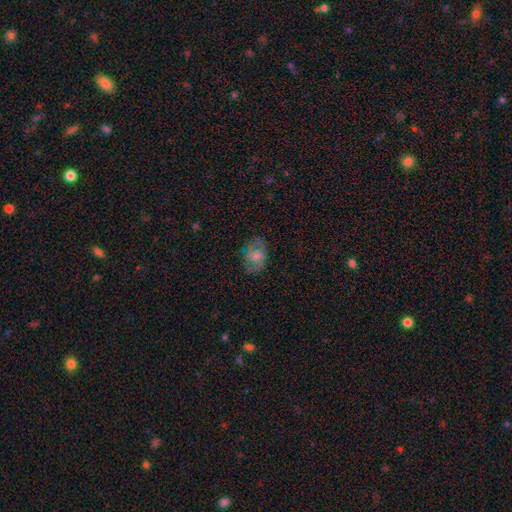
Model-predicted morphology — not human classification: type=smooth (58%); roundness=in between (75%); merging=none (70%).